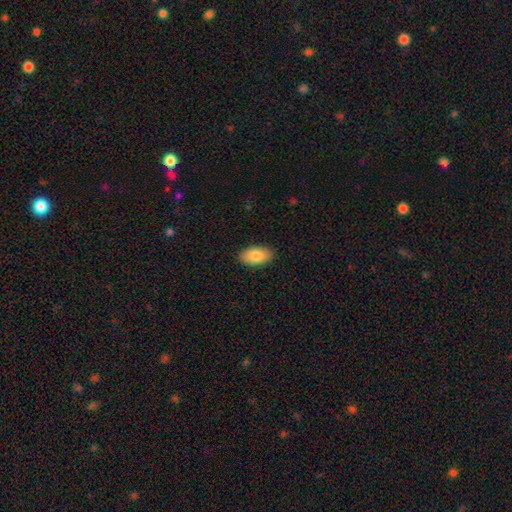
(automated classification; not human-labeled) The model was most divided on "smooth or featured": smooth: 85%, featured or disk: 9%, star or artifact: 6%. More confident: how rounded — in between (95%); merging — none (89%).